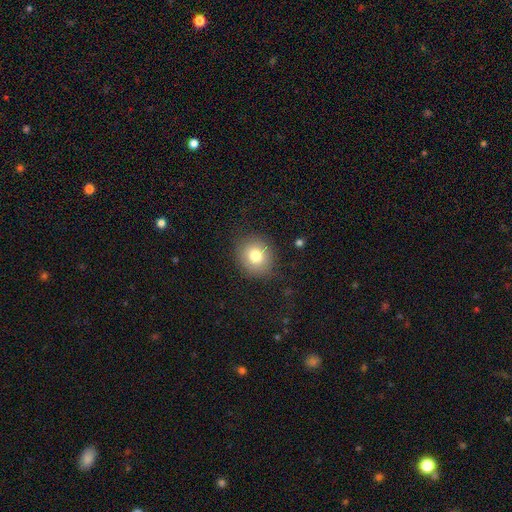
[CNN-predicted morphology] Smooth or featured? smooth (79%)
How rounded? round (78%)
Merging? none (84%)